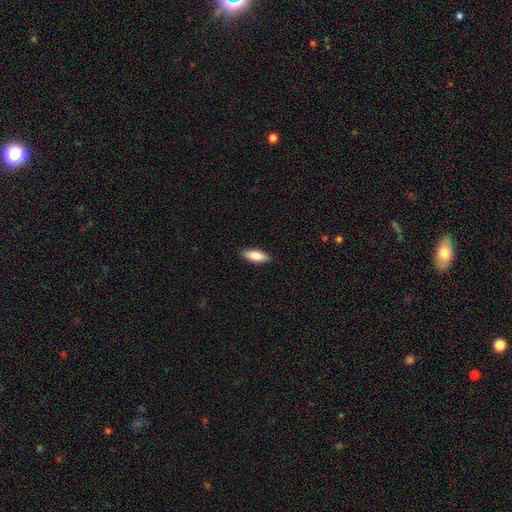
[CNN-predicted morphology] The model was most divided on "how rounded": in between: 73%, cigar-shaped: 25%, round: 2%. More confident: merging — none (88%); smooth or featured — smooth (82%).